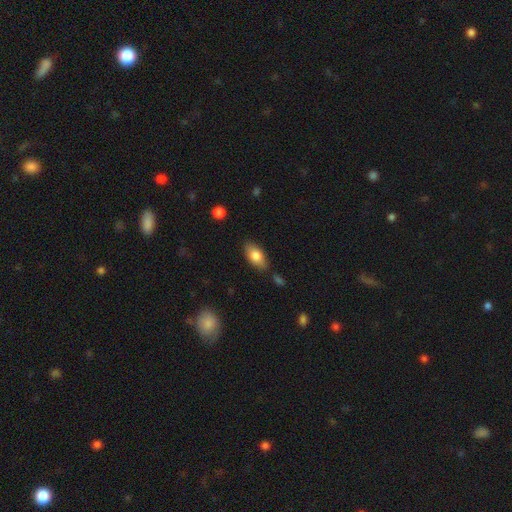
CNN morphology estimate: Smooth or featured? Predicted: smooth (p=0.80). How rounded? Predicted: in between (p=0.90). Merging? Predicted: none (p=0.80).